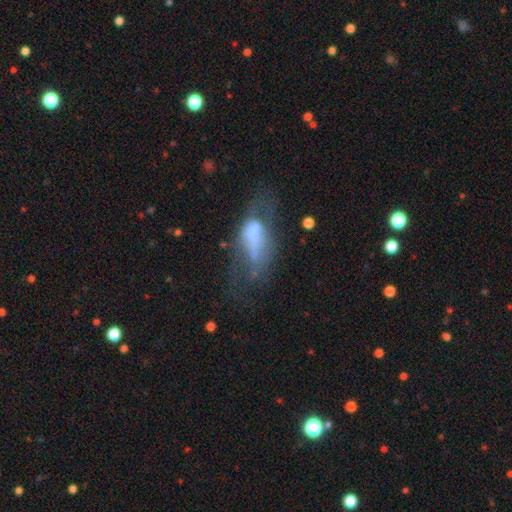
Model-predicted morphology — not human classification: The model was most divided on "smooth or featured": smooth: 45%, featured or disk: 42%, star or artifact: 12%. Remaining: merging — major disturbance (42%).